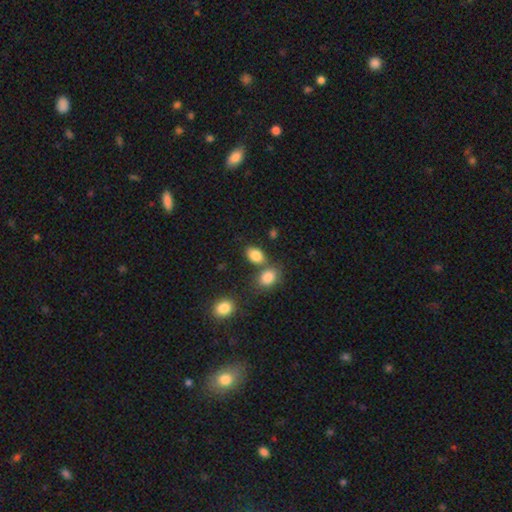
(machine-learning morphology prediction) The model was most divided on "merging": none: 58%, merger: 26%, minor disturbance: 12%, major disturbance: 4%. More confident: smooth or featured — smooth (85%); how rounded — in between (81%).